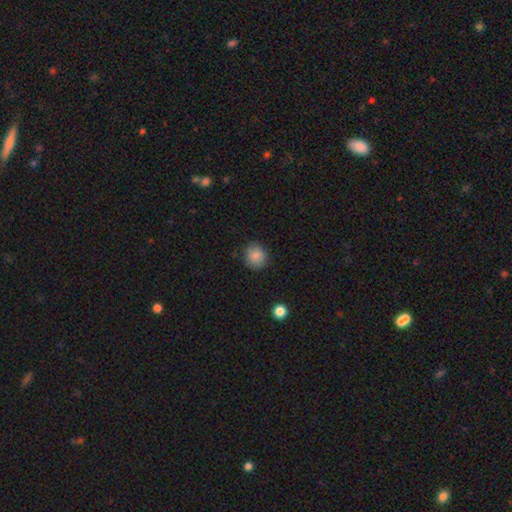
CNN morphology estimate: smooth 85%, star or artifact 9%, featured or disk 5%. Down the decision tree: how rounded — round (87%); merging — none (87%).